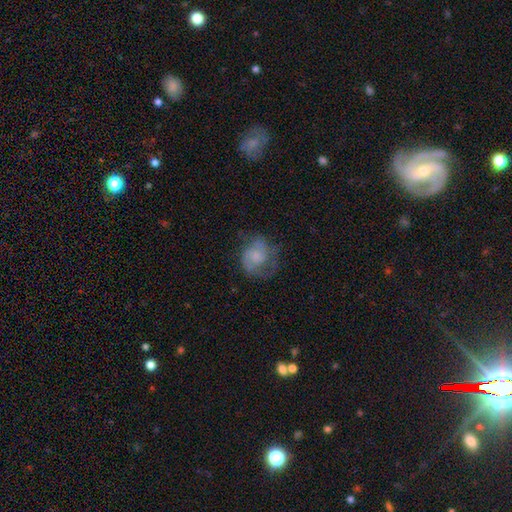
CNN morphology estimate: type=featured or disk (65%); edge-on=no (98%); bar=no (68%); spiral arms=yes (89%); winding=medium (47%); arm count=2 (69%); bulge=small (43%); merging=none (56%).